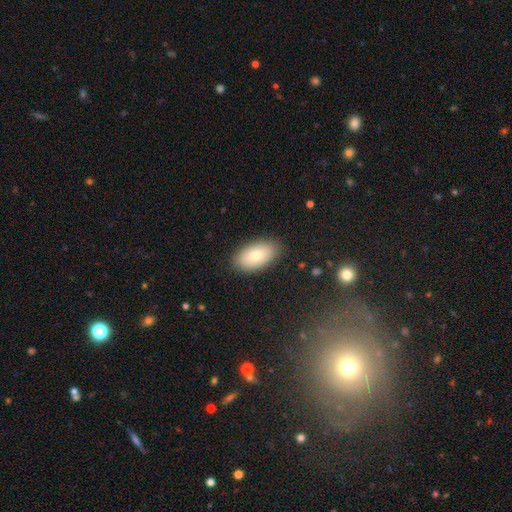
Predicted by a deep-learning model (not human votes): smooth-or-featured: smooth: 77% | featured or disk: 16% | star or artifact: 7%
  how-rounded: in between: 94% | round: 4% | cigar-shaped: 2%
  merging: none: 86% | minor disturbance: 10% | major disturbance: 3% | merger: 1%